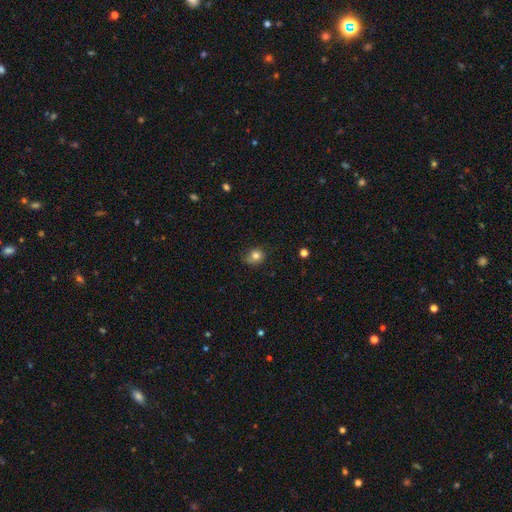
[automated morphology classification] This is clearly a smooth galaxy (81%). How rounded: likely round (71%). Merging: likely none (63%).